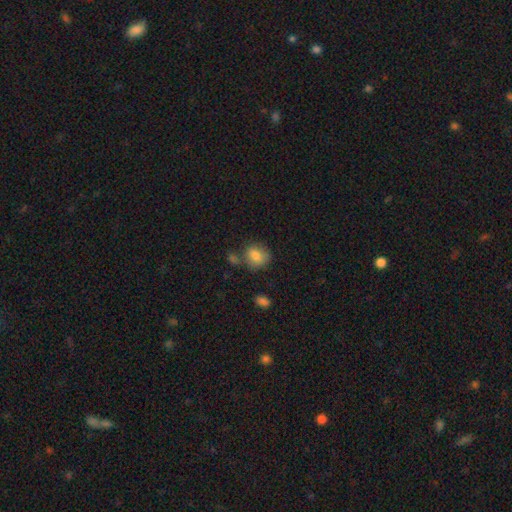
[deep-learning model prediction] Smooth or featured? smooth (80%)
How rounded? round (57%)
Merging? none (58%)